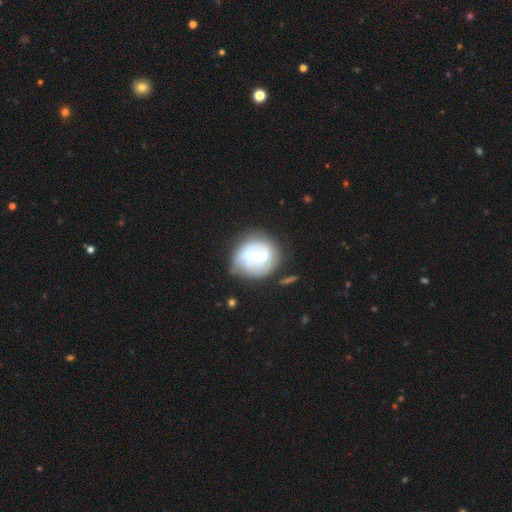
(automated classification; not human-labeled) Q: Smooth or featured?
A: featured or disk (73%); runner-up: smooth (21%)
Q: Edge-on disk?
A: no (98%); runner-up: yes (2%)
Q: Bar?
A: weak (52%); runner-up: strong (24%)
Q: Spiral arms?
A: yes (88%); runner-up: no (12%)
Q: Spiral winding?
A: tight (43%); runner-up: medium (38%)
Q: Spiral arm count?
A: 2 (49%); runner-up: can't tell (25%)
Q: Bulge size?
A: small (49%); runner-up: moderate (41%)
Q: Merging?
A: none (63%); runner-up: minor disturbance (23%)